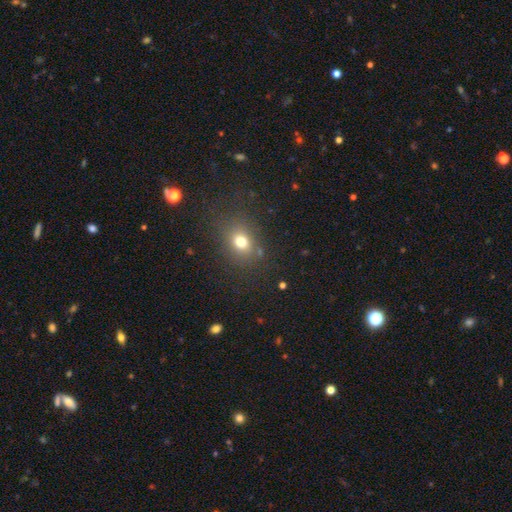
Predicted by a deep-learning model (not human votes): Smooth or featured?
  - smooth: 58% *
  - star or artifact: 34%
  - featured or disk: 8%
How rounded?
  - round: 62% *
  - in between: 37%
  - cigar-shaped: 2%
Merging?
  - none: 87% *
  - minor disturbance: 8%
  - major disturbance: 3%
  - merger: 2%